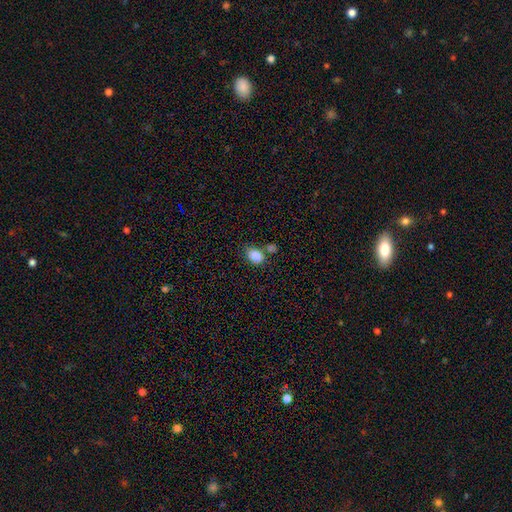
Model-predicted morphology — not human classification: Overall: smooth (86%). How rounded: in between (72%). Merging: none (55%; merger 24%).